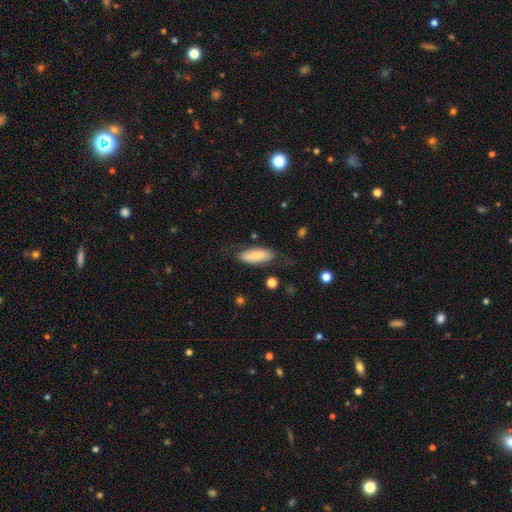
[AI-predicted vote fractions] smooth 78%, featured or disk 16%, star or artifact 6%. Down the decision tree: how rounded — in between (75%); merging — none (73%).